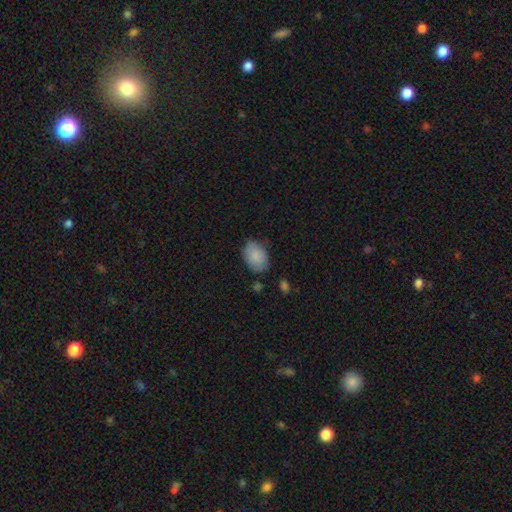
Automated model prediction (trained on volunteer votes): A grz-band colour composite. It shows a smooth galaxy with no disk features (86%) that is in between round and cigar-shaped (85%). Merging: none (73%).